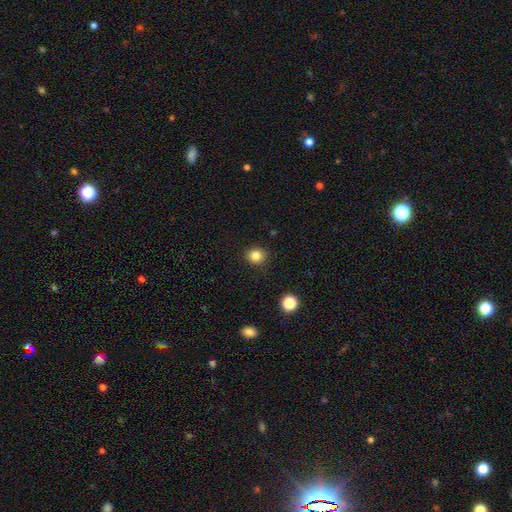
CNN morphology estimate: smooth-or-featured: smooth: 83% | star or artifact: 12% | featured or disk: 5%
  how-rounded: round: 85% | in between: 14% | cigar-shaped: 1%
  merging: none: 90% | minor disturbance: 7% | major disturbance: 2% | merger: 1%